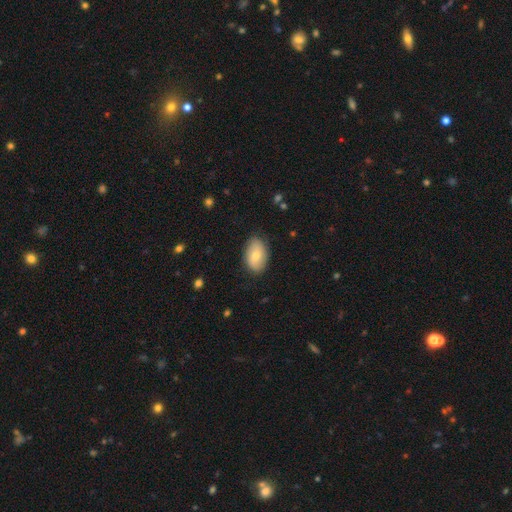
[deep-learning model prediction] This is likely a smooth galaxy (69%). How rounded: clearly in between (90%). Merging: clearly none (80%).